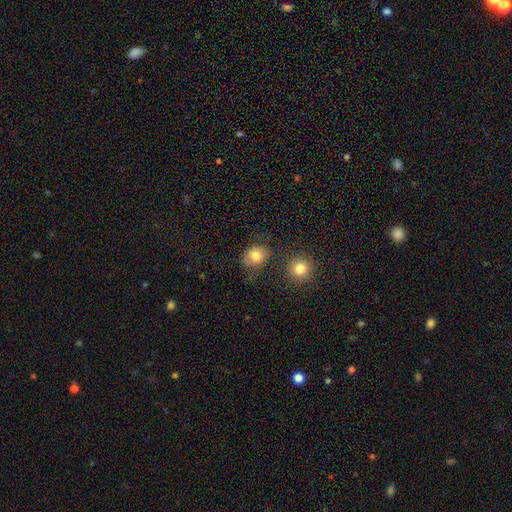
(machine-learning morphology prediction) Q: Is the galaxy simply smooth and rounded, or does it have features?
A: smooth — 78%.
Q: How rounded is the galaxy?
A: round — 56%.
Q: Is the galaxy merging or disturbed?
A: none — 55%.